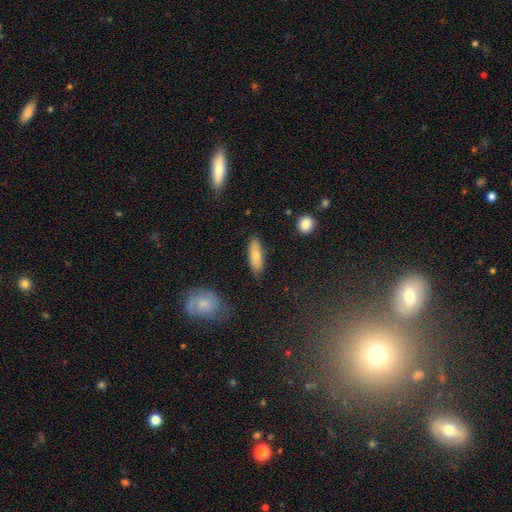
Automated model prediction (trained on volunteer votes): Smooth or featured?
  - smooth: 78% *
  - featured or disk: 15%
  - star or artifact: 7%
How rounded?
  - in between: 60% *
  - cigar-shaped: 38%
  - round: 2%
Merging?
  - none: 83% *
  - minor disturbance: 12%
  - major disturbance: 3%
  - merger: 2%